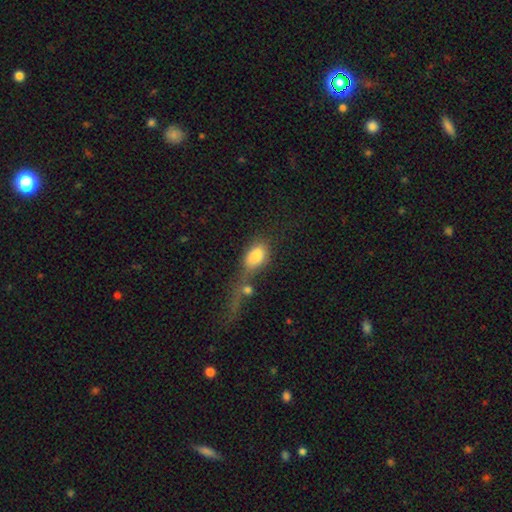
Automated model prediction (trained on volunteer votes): Morphology: type=smooth (81%); roundness=in between (84%); merging=merger (43%).